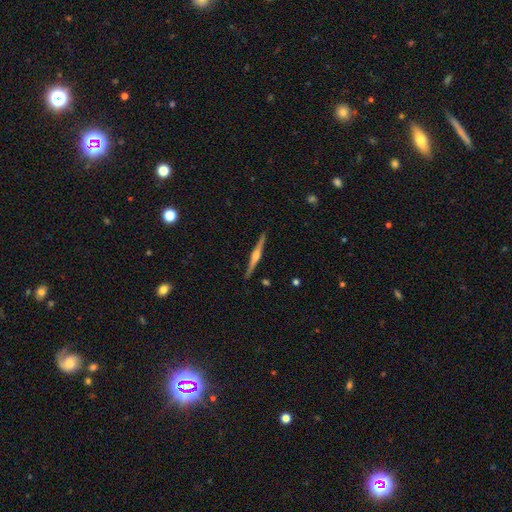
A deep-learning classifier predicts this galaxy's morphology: smooth_or_featured: featured or disk (p=0.81) [alt: smooth p=0.13]
disk_edge_on: yes (p=0.99) [alt: no p=0.01]
edge_on_bulge: rounded (p=0.86) [alt: boxy p=0.10]
merging: none (p=0.92) [alt: minor disturbance p=0.06]